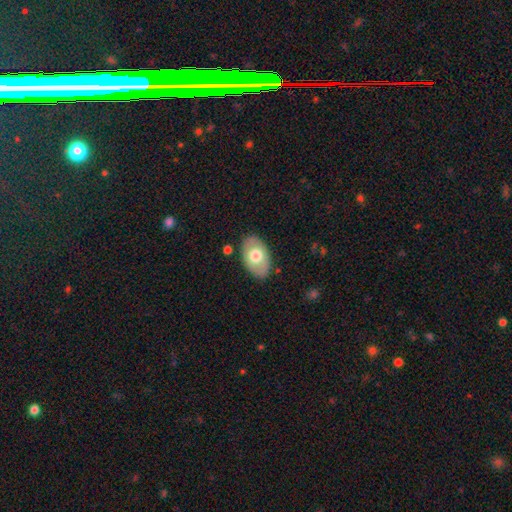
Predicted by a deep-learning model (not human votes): The model was most divided on "smooth or featured": smooth: 63%, featured or disk: 32%, star or artifact: 6%. More confident: how rounded — in between (91%); merging — none (83%).